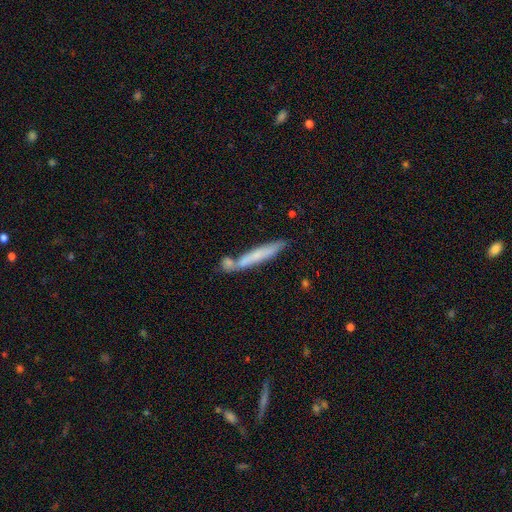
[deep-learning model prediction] A smooth galaxy with no disk features (58%) that is cigar-shaped (94%). Merging: none (62%).